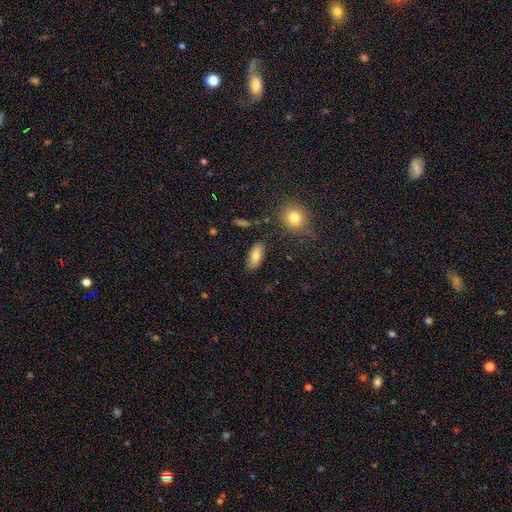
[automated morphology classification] A smooth galaxy with no disk features (75%) that is in between round and cigar-shaped (86%). Merging: none (83%).